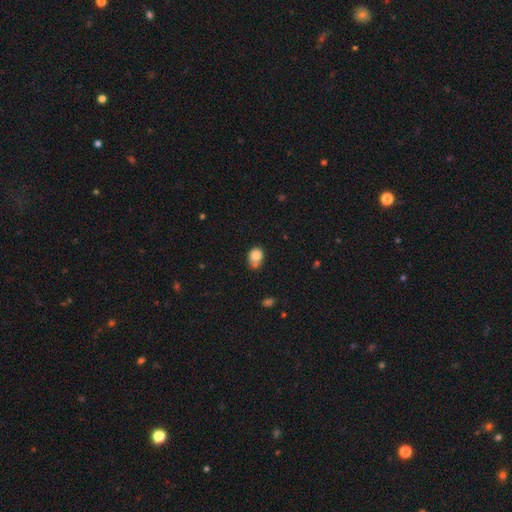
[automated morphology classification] The model was most divided on "how rounded": in between: 54%, round: 45%, cigar-shaped: 1%. Remaining: smooth or featured — smooth (82%); merging — none (48%).